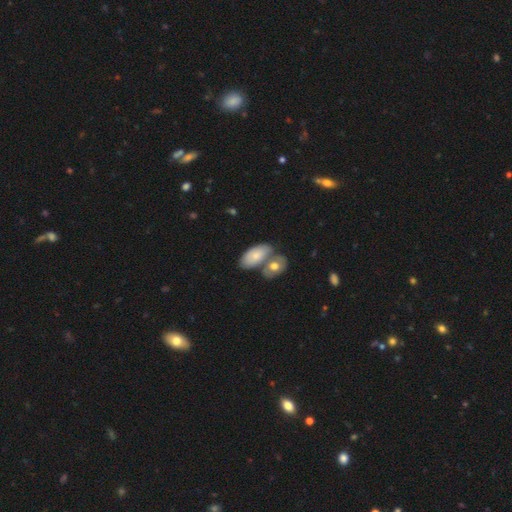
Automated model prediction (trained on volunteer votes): A smooth galaxy with no disk features (71%) that is in between round and cigar-shaped (91%).

Vote fractions:
- Smooth or featured? smooth: 71% / featured or disk: 23% / star or artifact: 6%
- How rounded? in between: 91% / cigar-shaped: 4% / round: 4%
- Merging? none: 42% (tied) / merger: 42% (tied) / minor disturbance: 13% / major disturbance: 4%